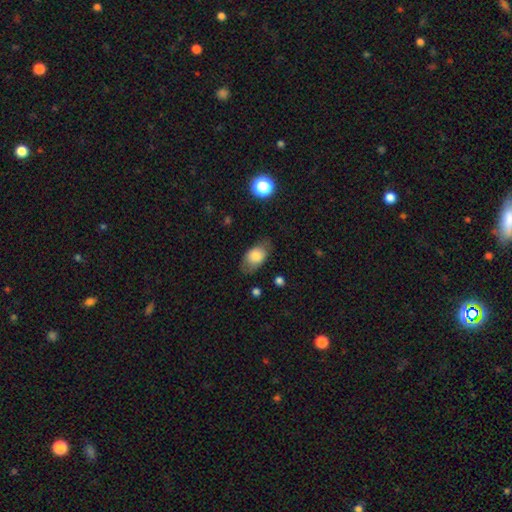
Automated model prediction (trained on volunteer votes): This is likely a smooth galaxy (77%). How rounded: clearly in between (88%). Merging: likely none (73%).